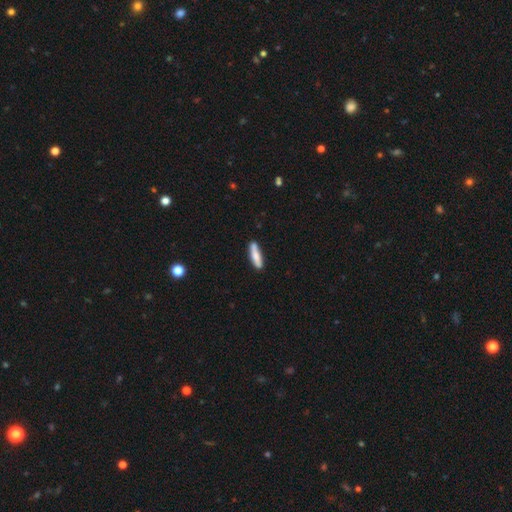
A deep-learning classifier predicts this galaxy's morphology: type=smooth (74%); roundness=cigar-shaped (74%); merging=none (77%).